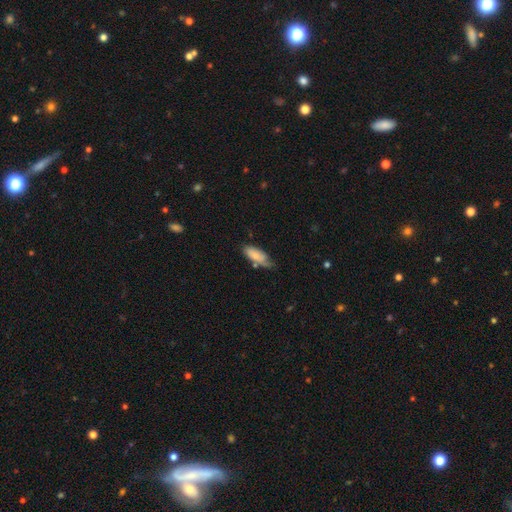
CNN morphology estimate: Q: Smooth or featured?
A: smooth (74%); runner-up: featured or disk (19%)
Q: How rounded?
A: in between (79%); runner-up: cigar-shaped (19%)
Q: Merging?
A: none (48%); runner-up: minor disturbance (35%)